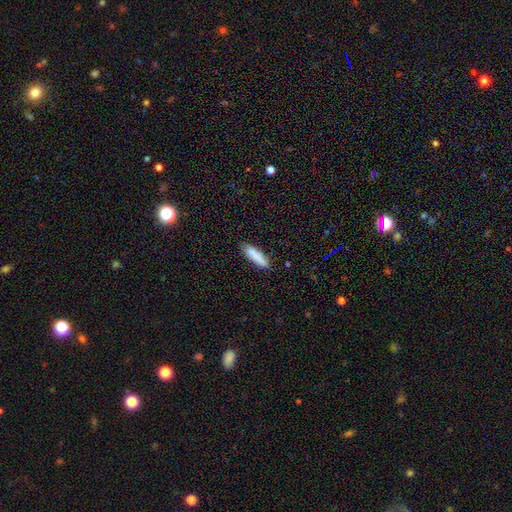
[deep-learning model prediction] The model was most divided on "how rounded": cigar-shaped: 62%, in between: 36%, round: 2%. More confident: smooth or featured — smooth (83%); merging — none (78%).